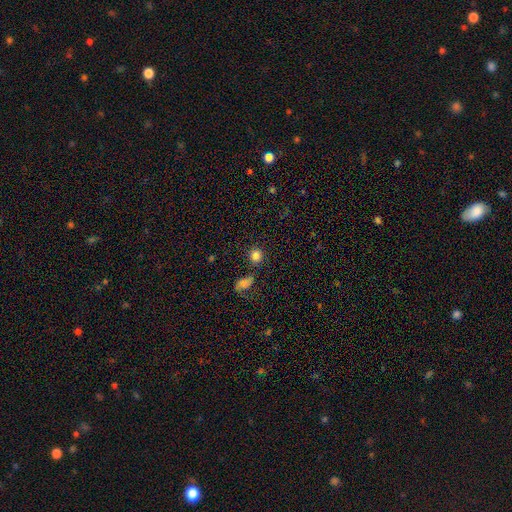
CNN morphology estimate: type=smooth (83%); roundness=round (87%); merging=none (77%).